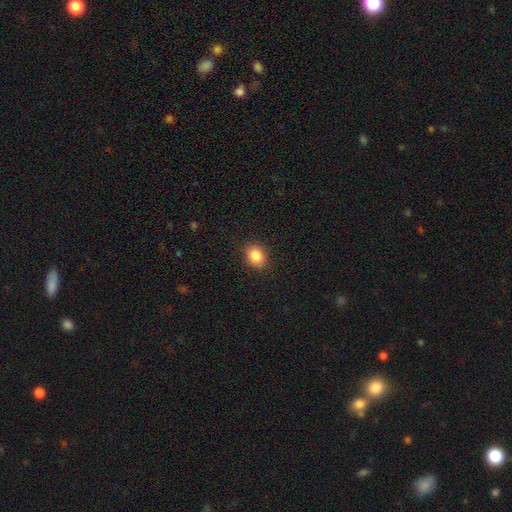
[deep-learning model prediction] Smooth or featured? Predicted: smooth (p=0.85). How rounded? Predicted: in between (p=0.51). Merging? Predicted: none (p=0.87).